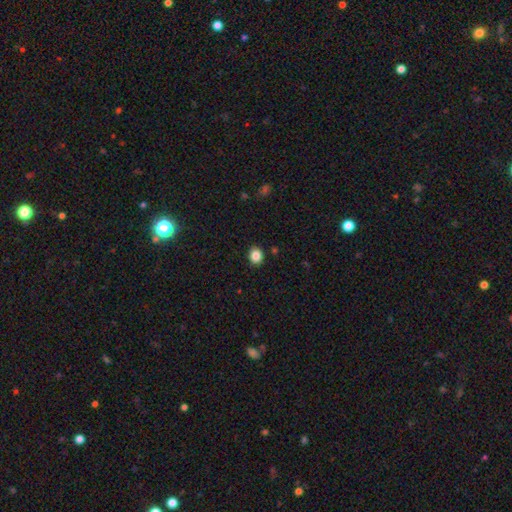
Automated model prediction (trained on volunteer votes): A smooth galaxy with no disk features (85%) that is round (72%). Merging: none (91%).